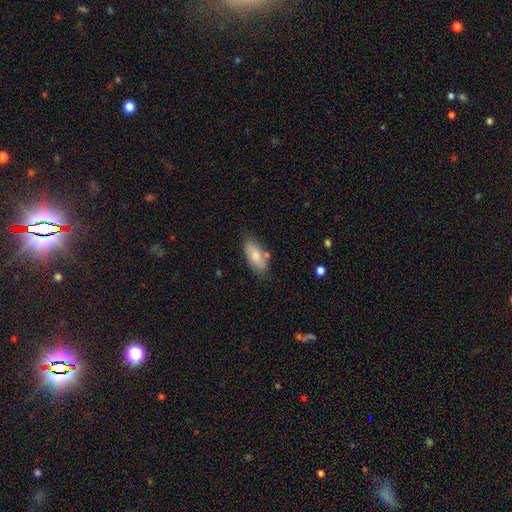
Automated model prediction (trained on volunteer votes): The model was most divided on "merging": none: 70%, minor disturbance: 19%, merger: 6%, major disturbance: 4%. More confident: how rounded — in between (88%); smooth or featured — smooth (73%).